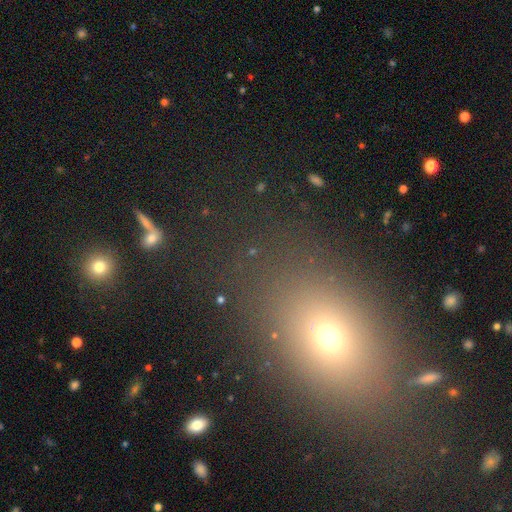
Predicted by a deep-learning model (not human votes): smooth 60%, star or artifact 28%, featured or disk 12%. Down the decision tree: how rounded — in between (63%); merging — none (82%).